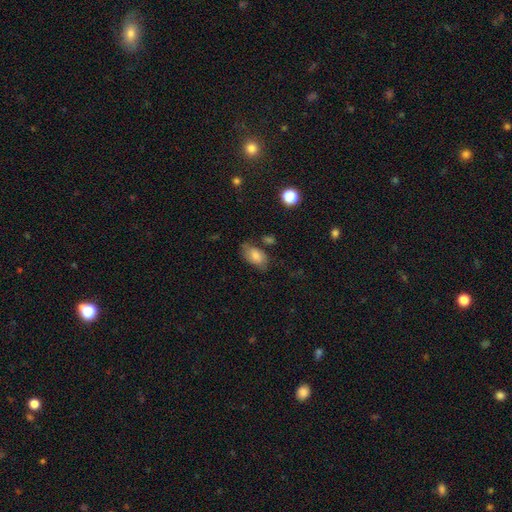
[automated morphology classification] smooth_or_featured: smooth (p=0.73) [alt: featured or disk p=0.18]
how_rounded: in between (p=0.91) [alt: round p=0.07]
merging: none (p=0.60) [alt: minor disturbance p=0.26]